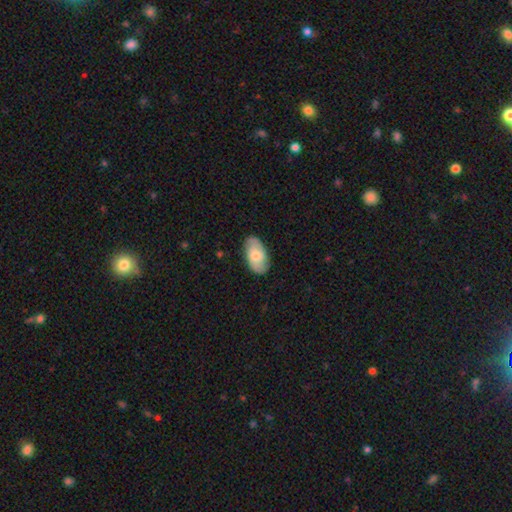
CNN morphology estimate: Q: Smooth or featured?
A: smooth (58%); runner-up: featured or disk (36%)
Q: How rounded?
A: in between (94%); runner-up: round (4%)
Q: Merging?
A: none (83%); runner-up: minor disturbance (13%)